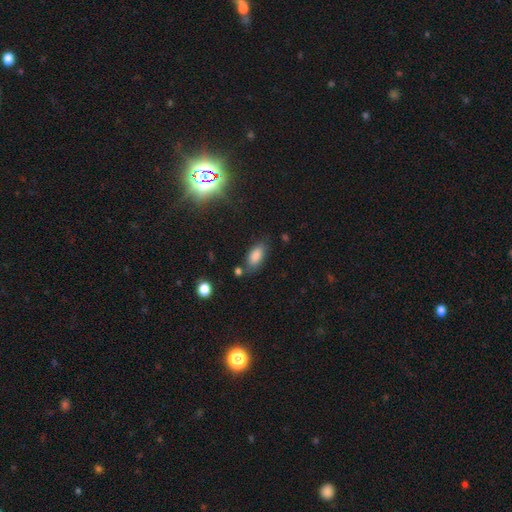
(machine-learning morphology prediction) Overall: smooth (82%). How rounded: in between (89%). Merging: none (73%).